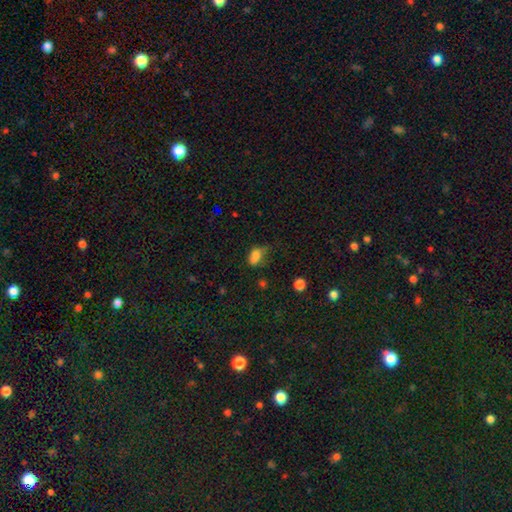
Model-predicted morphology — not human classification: Smooth or featured: smooth — 77% (star or artifact — 13%)
How rounded: in between — 84% (round — 14%)
Merging: minor disturbance — 38% (none — 36%)